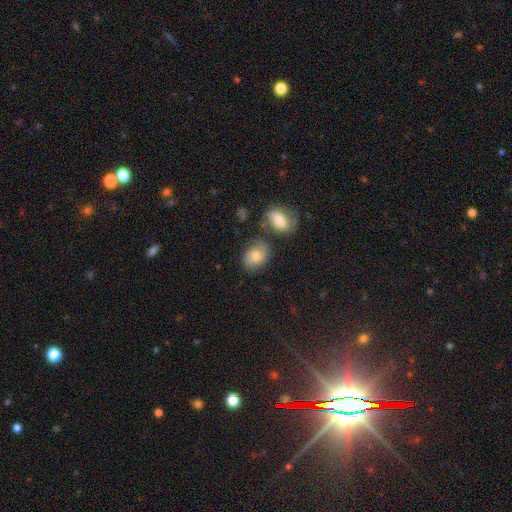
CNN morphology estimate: Smooth or featured: smooth — 68% (featured or disk — 23%)
How rounded: in between — 68% (round — 31%)
Merging: none — 64% (minor disturbance — 18%)